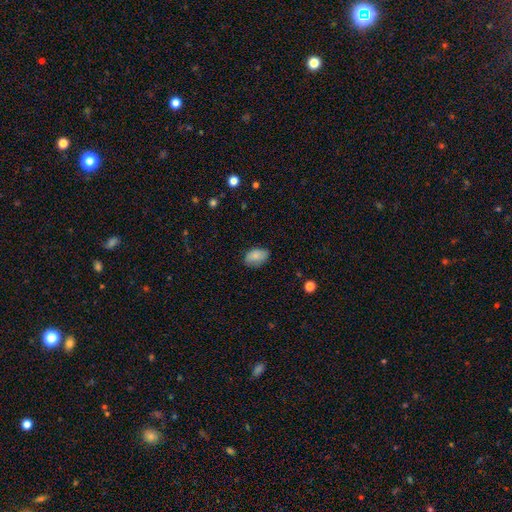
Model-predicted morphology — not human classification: This appears to be a smooth galaxy with no disk features (85%) that is in between round and cigar-shaped (89%). Merging: none (78%).